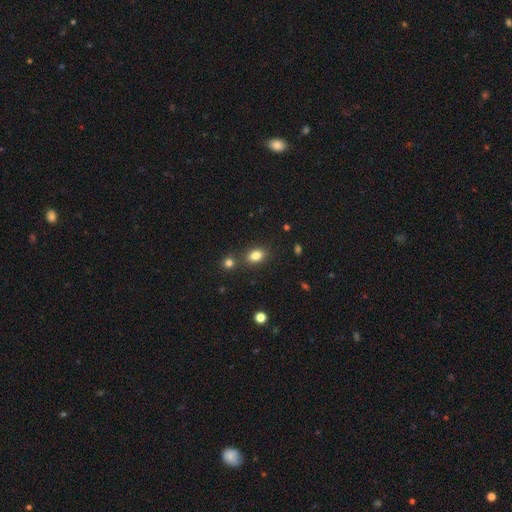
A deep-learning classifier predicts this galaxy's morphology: A smooth galaxy with no disk features (82%) that is in between round and cigar-shaped (74%). Merging: none (76%).